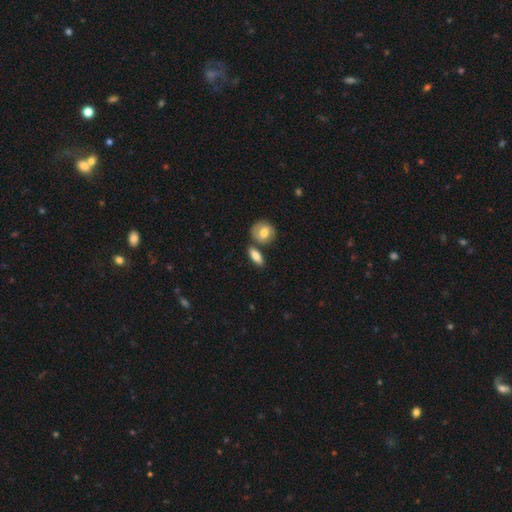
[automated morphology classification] Overall: smooth (77%). How rounded: in between (69%). Merging: none (69%).